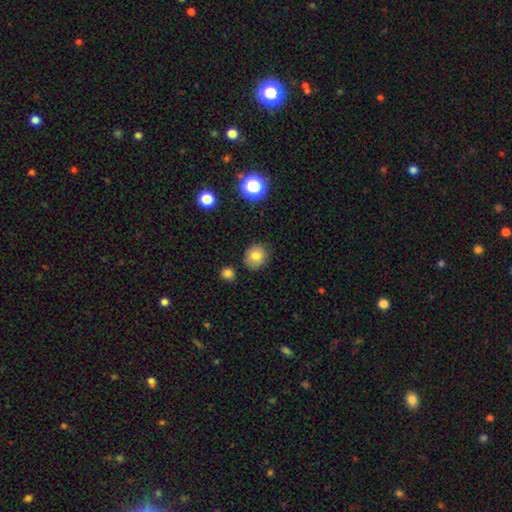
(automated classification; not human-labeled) Overall: smooth (79%). How rounded: round (77%). Merging: none (84%).